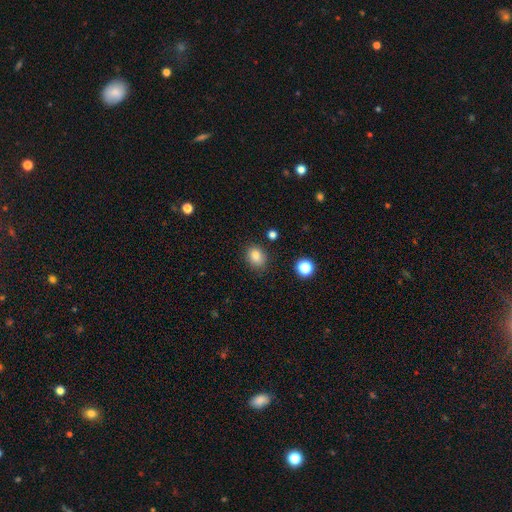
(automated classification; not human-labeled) Smooth or featured? Predicted: smooth (p=0.84). How rounded? Predicted: in between (p=0.51). Merging? Predicted: none (p=0.82).